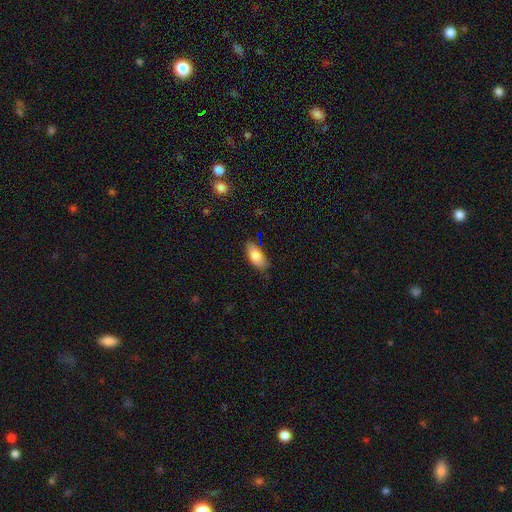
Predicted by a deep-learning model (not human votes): A smooth galaxy with no disk features (79%) that is in between round and cigar-shaped (89%).

Vote fractions:
- Smooth or featured? smooth: 79% / featured or disk: 13% / star or artifact: 7%
- How rounded? in between: 89% / cigar-shaped: 8% / round: 3%
- Merging? none: 75% / minor disturbance: 20% / major disturbance: 3% / merger: 2%